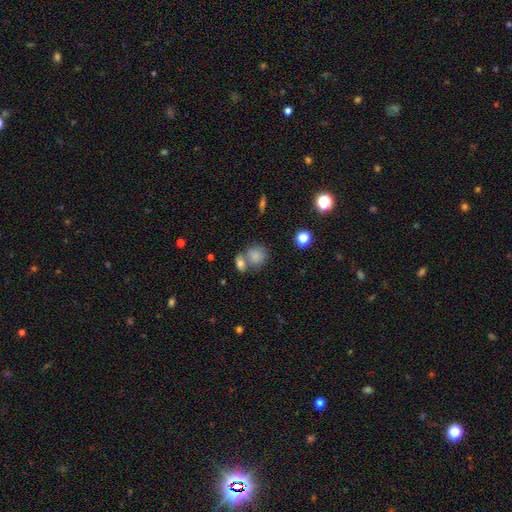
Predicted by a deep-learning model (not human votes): smooth 79%, star or artifact 10%, featured or disk 10%. Down the decision tree: how rounded — round (68%); merging — none (44%).